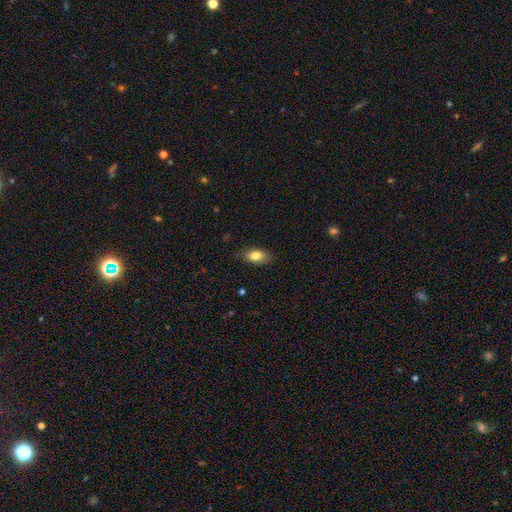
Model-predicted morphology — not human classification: Overall: smooth (82%). How rounded: in between (87%). Merging: none (81%).